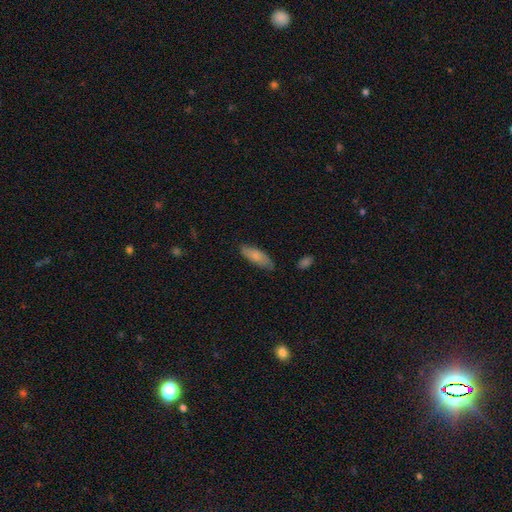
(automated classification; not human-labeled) Smooth or featured? Predicted: smooth (p=0.78). How rounded? Predicted: in between (p=0.64). Merging? Predicted: none (p=0.78).